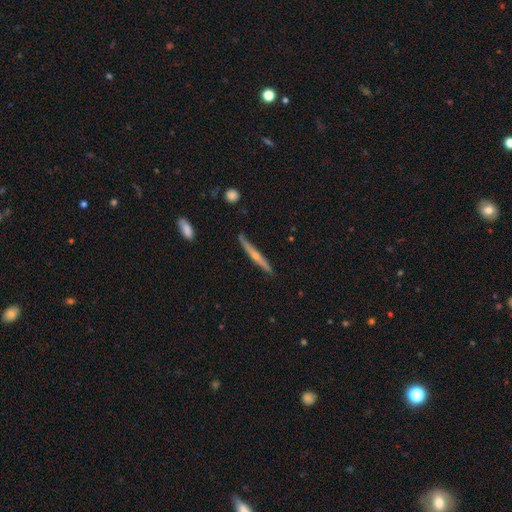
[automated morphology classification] This is likely a featured or disk galaxy (65%). It is clearly viewed edge-on (97%). Edge-on bulge: likely rounded (77%). Merging: clearly none (86%).